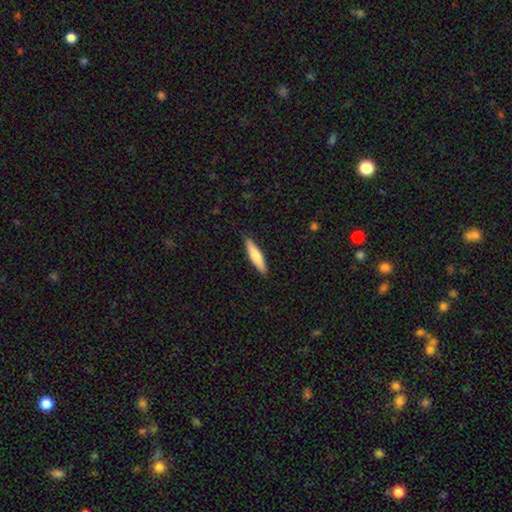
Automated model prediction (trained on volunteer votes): Smooth or featured?
  - smooth: 74% *
  - featured or disk: 21%
  - star or artifact: 5%
How rounded?
  - cigar-shaped: 78% *
  - in between: 21%
  - round: 1%
Merging?
  - none: 88% *
  - minor disturbance: 9%
  - major disturbance: 2%
  - merger: 1%